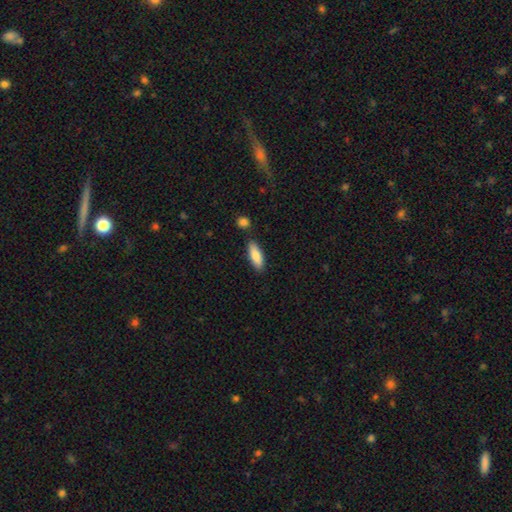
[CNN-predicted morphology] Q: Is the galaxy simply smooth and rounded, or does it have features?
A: smooth — 85%.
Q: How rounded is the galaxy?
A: in between — 59%.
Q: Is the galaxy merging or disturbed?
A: none — 81%.